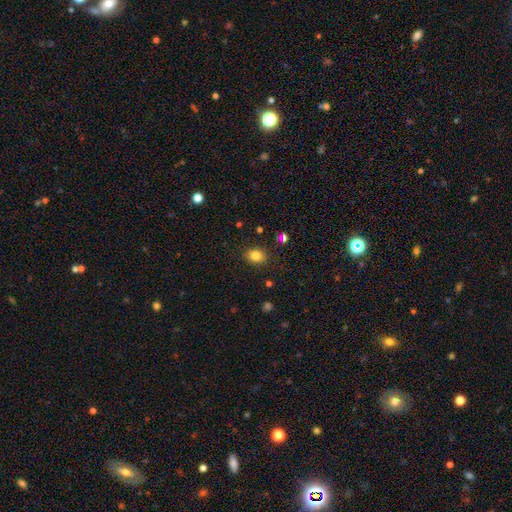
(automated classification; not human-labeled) Overall: smooth (83%). How rounded: in between (51%; round 48%). Merging: none (87%).